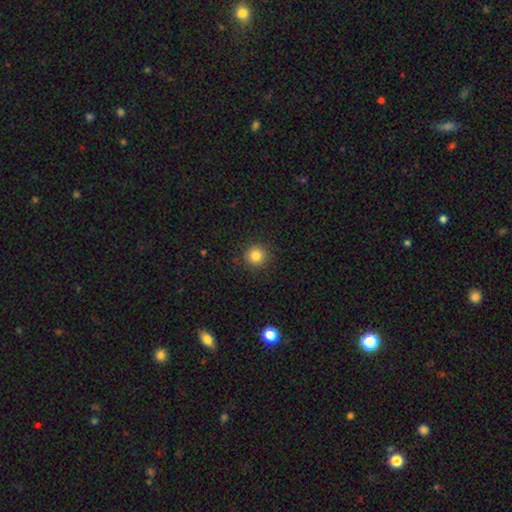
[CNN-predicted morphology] The model was most divided on "smooth or featured": smooth: 83%, star or artifact: 12%, featured or disk: 6%. More confident: how rounded — round (94%); merging — none (91%).